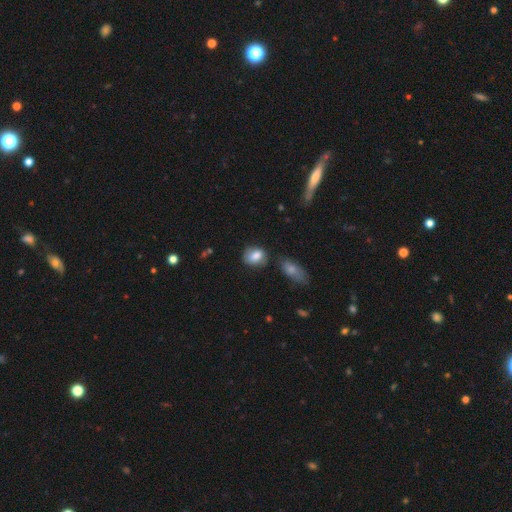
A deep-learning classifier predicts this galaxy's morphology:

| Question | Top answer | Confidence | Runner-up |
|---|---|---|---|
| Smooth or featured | smooth | 80% | featured or disk (12%) |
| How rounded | in between | 57% | round (42%) |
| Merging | none | 66% | minor disturbance (21%) |